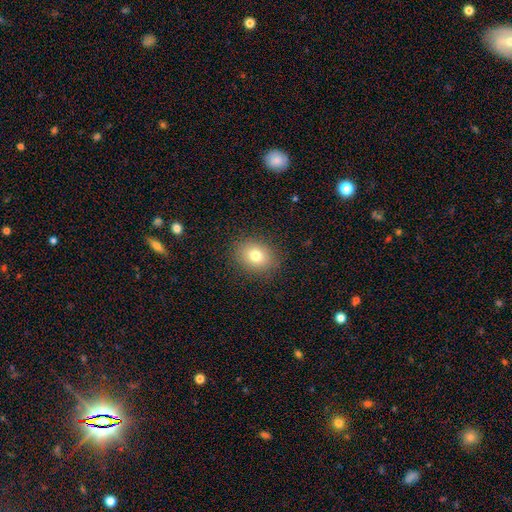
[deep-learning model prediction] Smooth or featured? smooth (77%)
How rounded? round (52%)
Merging? none (88%)